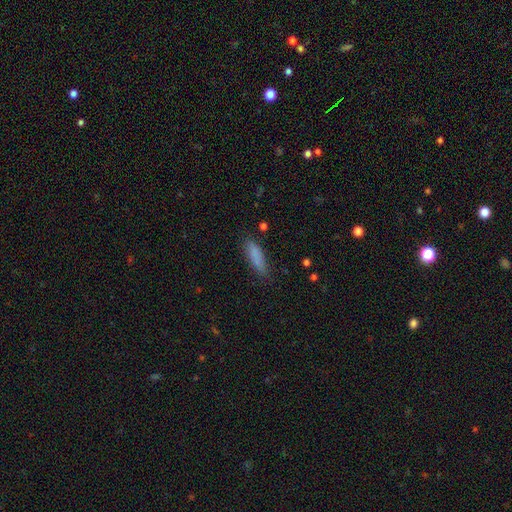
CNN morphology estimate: A smooth galaxy with no disk features (83%) that is cigar-shaped (62%).

Vote fractions:
- Smooth or featured? smooth: 83% / featured or disk: 9% / star or artifact: 8%
- How rounded? cigar-shaped: 62% / in between: 36% / round: 2%
- Merging? none: 77% / minor disturbance: 17% / major disturbance: 4% / merger: 2%